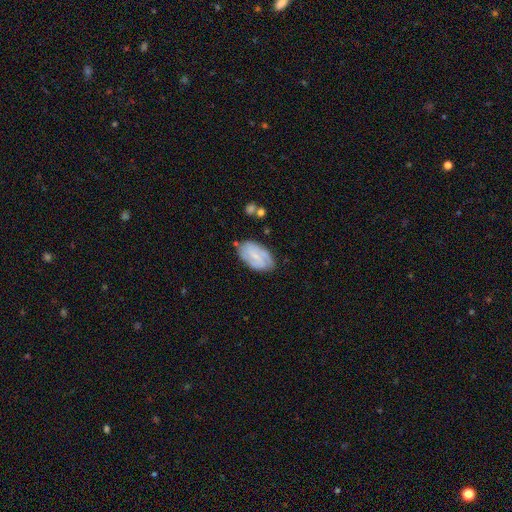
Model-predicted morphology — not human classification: Smooth or featured?
  - featured or disk: 70% *
  - smooth: 24%
  - star or artifact: 6%
Edge-on disk?
  - no: 96% *
  - yes: 4%
Bar?
  - weak: 50% *
  - no: 33%
  - strong: 17%
Spiral arms?
  - yes: 91% *
  - no: 9%
Spiral winding?
  - tight: 46% *
  - medium: 39%
  - loose: 14%
Spiral arm count?
  - 2: 50% *
  - can't tell: 23%
  - 3: 16%
  - 4: 4%
  - 1: 4%
  - more than 4: 3%
Bulge size?
  - small: 67% *
  - moderate: 17%
  - none: 13%
  - large: 1%
  - dominant: 1%
Merging?
  - none: 75% *
  - minor disturbance: 18%
  - major disturbance: 5%
  - merger: 2%